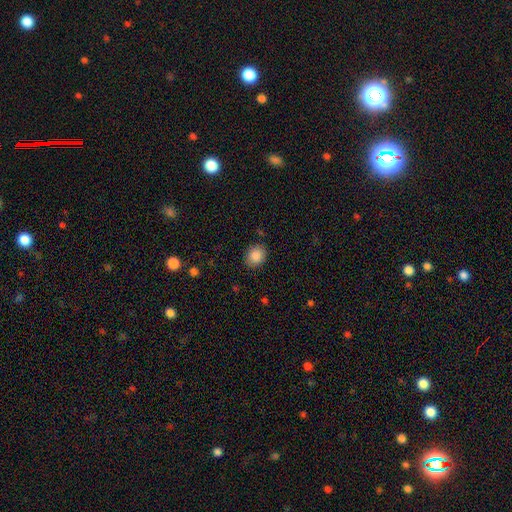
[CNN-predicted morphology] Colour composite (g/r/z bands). It shows a smooth galaxy with no disk features (87%) that is round (56%). Merging: none (85%).